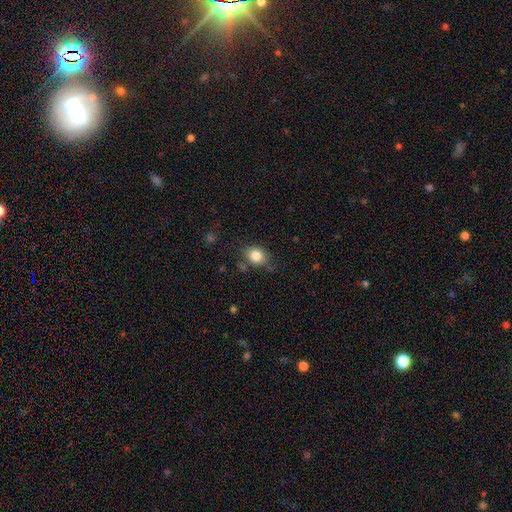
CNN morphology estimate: Smooth or featured: smooth — 83% (star or artifact — 9%)
How rounded: in between — 59% (round — 40%)
Merging: none — 74% (minor disturbance — 18%)